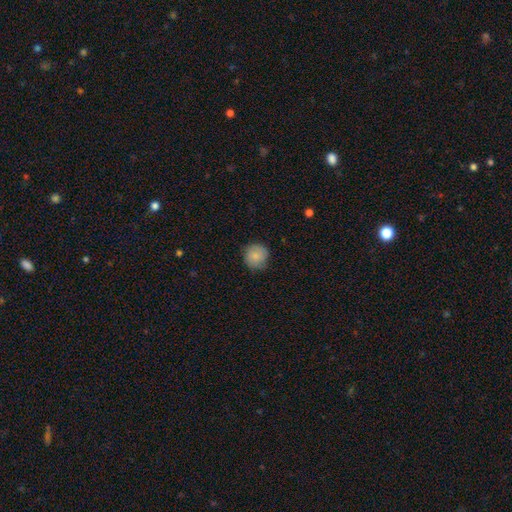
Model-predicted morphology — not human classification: Overall: smooth (81%). How rounded: round (91%). Merging: none (79%).